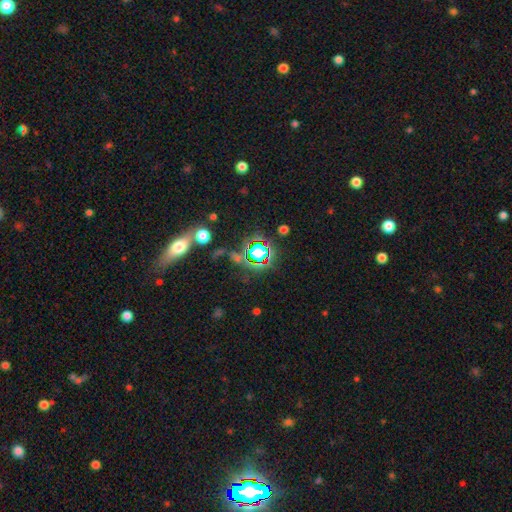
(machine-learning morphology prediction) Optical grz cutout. It shows a star or artifact, not a galaxy (46%).